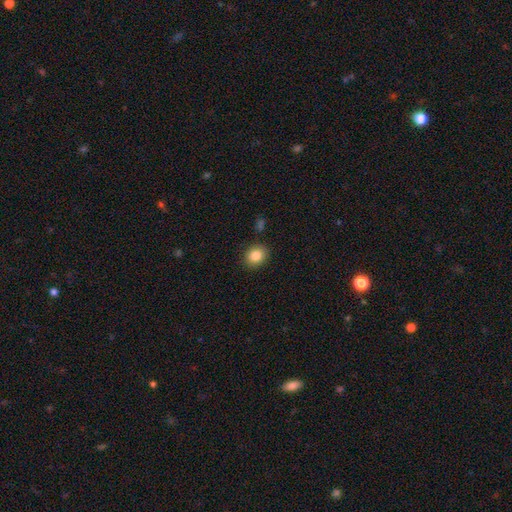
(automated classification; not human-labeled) Q: Smooth or featured?
A: smooth (85%); runner-up: star or artifact (9%)
Q: How rounded?
A: round (61%); runner-up: in between (38%)
Q: Merging?
A: none (88%); runner-up: minor disturbance (8%)